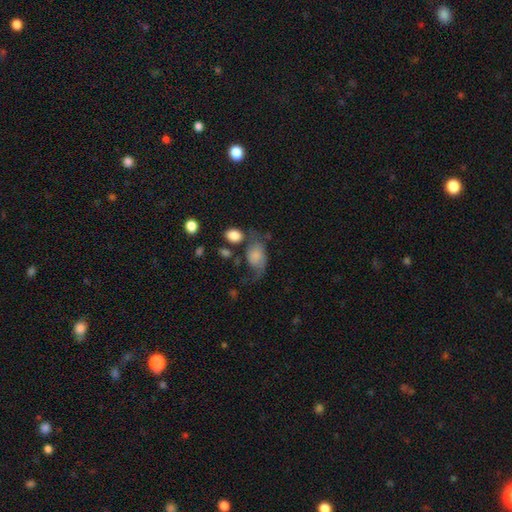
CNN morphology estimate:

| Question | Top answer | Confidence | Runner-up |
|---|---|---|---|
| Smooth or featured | smooth | 58% | featured or disk (33%) |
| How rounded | in between | 79% | round (20%) |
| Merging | major disturbance | 33% | none (32%) |